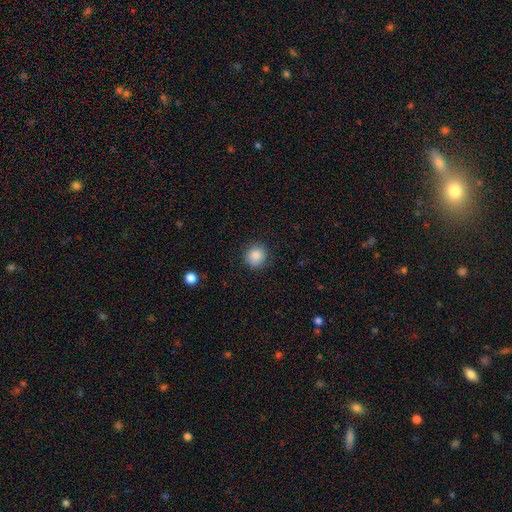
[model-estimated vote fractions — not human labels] The model was most divided on "smooth or featured": smooth: 85%, star or artifact: 10%, featured or disk: 5%. More confident: how rounded — round (88%); merging — none (87%).